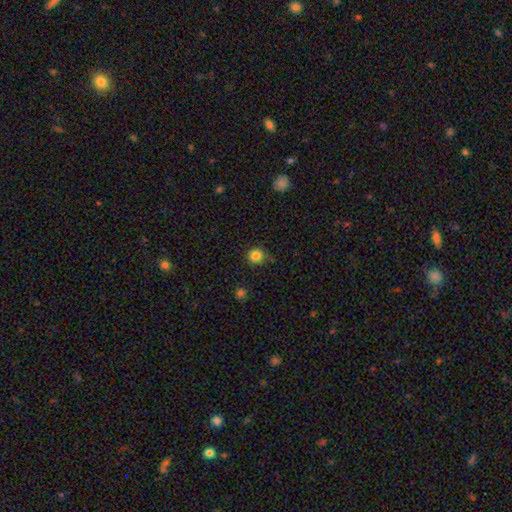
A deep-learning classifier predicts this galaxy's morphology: smooth 83%, star or artifact 12%, featured or disk 5%. Down the decision tree: how rounded — round (91%); merging — none (74%).